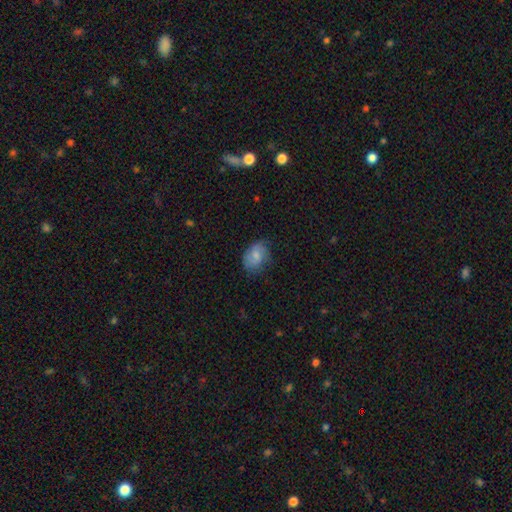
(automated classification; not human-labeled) The model was most divided on "how rounded": in between: 66%, round: 33%, cigar-shaped: 1%. More confident: smooth or featured — smooth (71%); merging — none (63%).